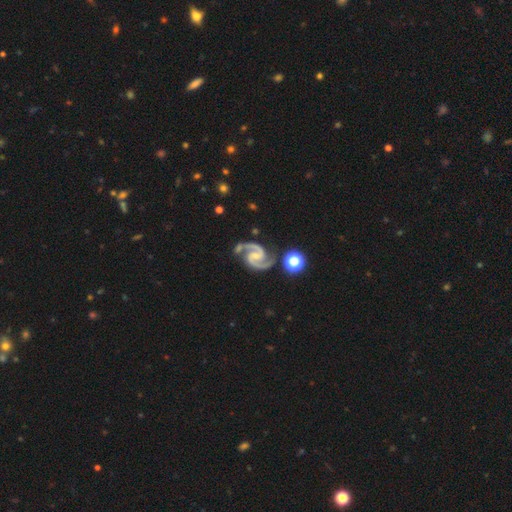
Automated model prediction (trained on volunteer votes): This is clearly a featured or disk galaxy (94%). It is clearly not viewed edge-on (99%). Bar: marginally weak (43%). Spiral arm pattern: clearly yes (99%). Spiral arm count: clearly 2 (94%). Spiral winding: likely medium (67%). Central bulge: likely small (62%). Merging: likely none (73%).